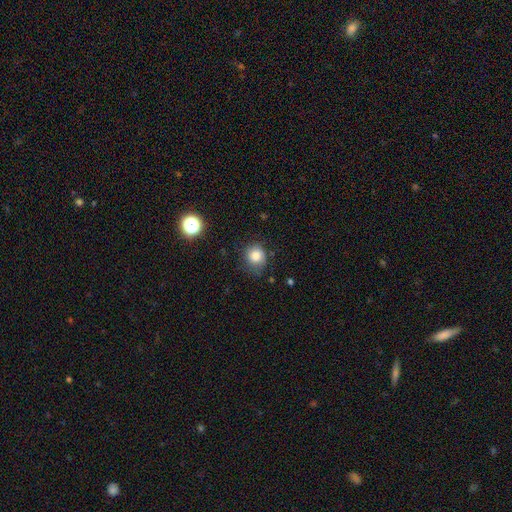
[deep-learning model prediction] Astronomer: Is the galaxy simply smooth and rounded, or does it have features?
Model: smooth — 82%.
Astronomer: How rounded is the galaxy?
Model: round — 78%.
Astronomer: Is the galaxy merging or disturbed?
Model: none — 67%.